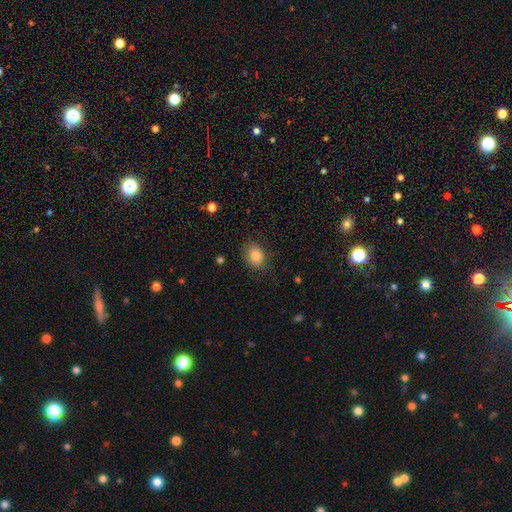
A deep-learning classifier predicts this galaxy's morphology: Smooth or featured?
  - smooth: 84% *
  - star or artifact: 9%
  - featured or disk: 7%
How rounded?
  - in between: 62% *
  - round: 37%
  - cigar-shaped: 1%
Merging?
  - none: 80% *
  - minor disturbance: 14%
  - major disturbance: 4%
  - merger: 1%